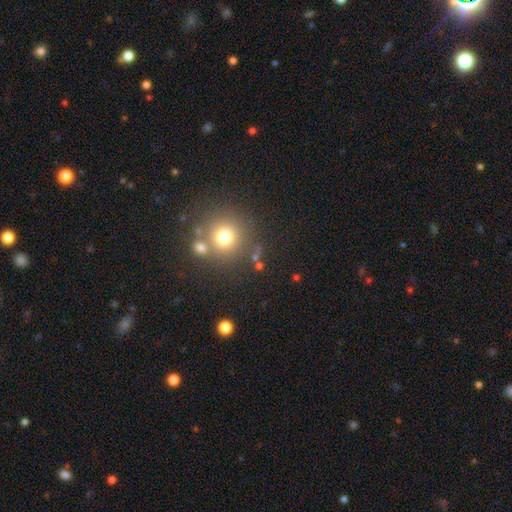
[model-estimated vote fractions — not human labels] Q: Smooth or featured?
A: smooth (68%); runner-up: star or artifact (21%)
Q: How rounded?
A: round (92%); runner-up: in between (7%)
Q: Merging?
A: none (73%); runner-up: merger (14%)